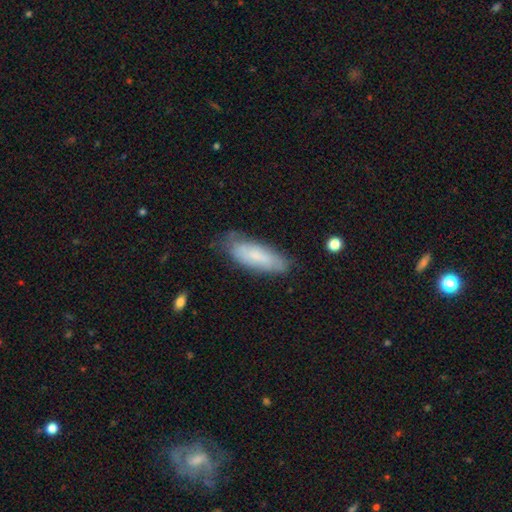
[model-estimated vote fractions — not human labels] smooth 67%, featured or disk 26%, star or artifact 7%. Down the decision tree: how rounded — in between (64%); merging — none (64%).